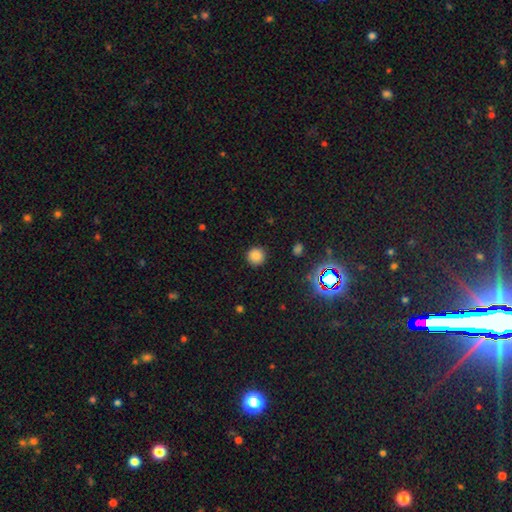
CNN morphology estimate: A smooth galaxy with no disk features (81%) that is round (94%). Merging: none (91%).